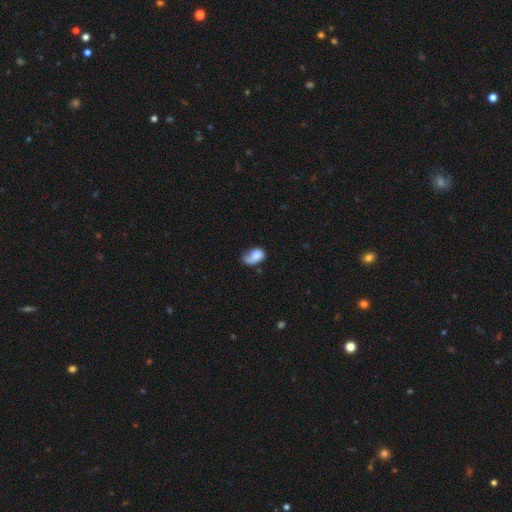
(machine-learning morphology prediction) Smooth or featured?
  - smooth: 69% *
  - featured or disk: 23%
  - star or artifact: 8%
How rounded?
  - in between: 84% *
  - round: 14%
  - cigar-shaped: 2%
Merging?
  - none: 34% *
  - minor disturbance: 31%
  - major disturbance: 28%
  - merger: 7%